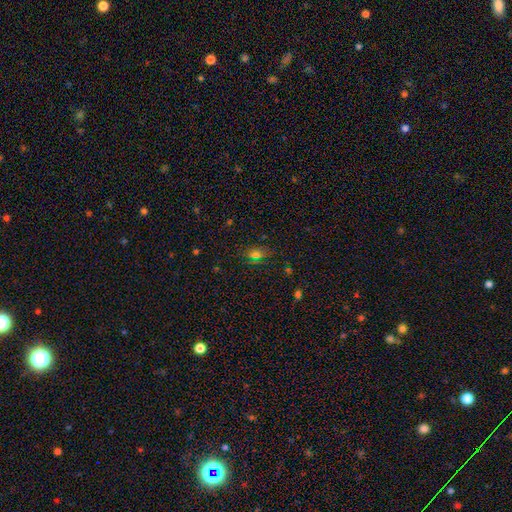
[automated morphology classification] Smooth or featured: smooth — 56% (star or artifact — 33%)
How rounded: in between — 67% (round — 28%)
Merging: none — 81% (minor disturbance — 12%)